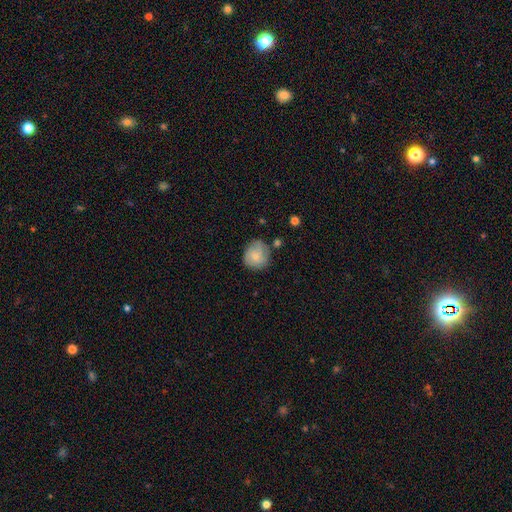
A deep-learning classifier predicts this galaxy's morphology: Smooth or featured? Predicted: smooth (p=0.64). How rounded? Predicted: round (p=0.79). Merging? Predicted: none (p=0.65).